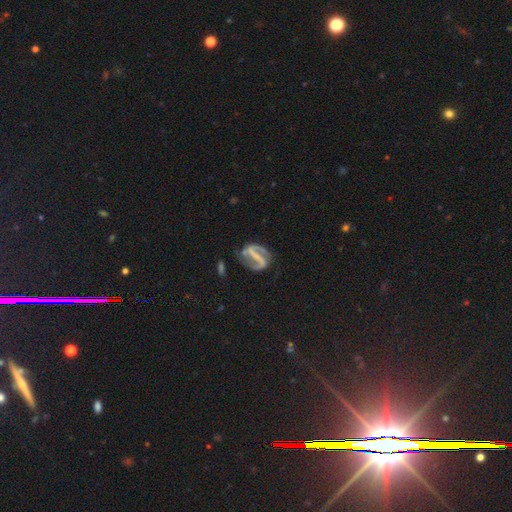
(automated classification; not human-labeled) This appears to be a featured or disk galaxy (88%) with a strong bar (76%), 2 (91%) medium (45%) spiral arms (93%) and no central bulge (62%). Merging: none (68%).